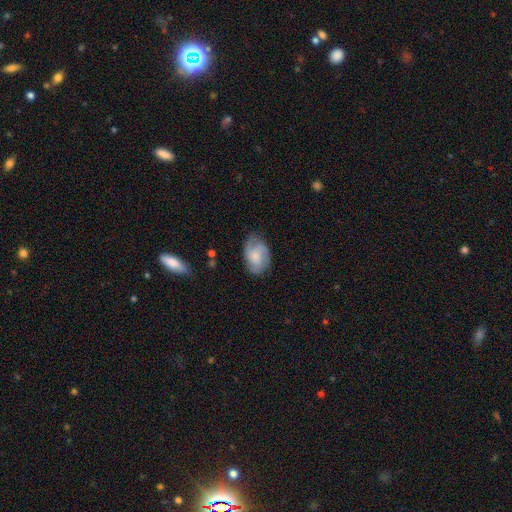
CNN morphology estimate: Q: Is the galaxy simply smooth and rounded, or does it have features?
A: featured or disk — 59%.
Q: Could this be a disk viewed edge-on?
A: no — 97%.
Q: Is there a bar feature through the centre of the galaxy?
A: no — 69%.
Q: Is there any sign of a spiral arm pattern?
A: yes — 91%.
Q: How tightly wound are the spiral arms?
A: medium — 46%.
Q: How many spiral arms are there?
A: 3 — 35%.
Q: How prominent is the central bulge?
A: moderate — 35%.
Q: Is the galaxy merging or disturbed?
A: none — 69%.